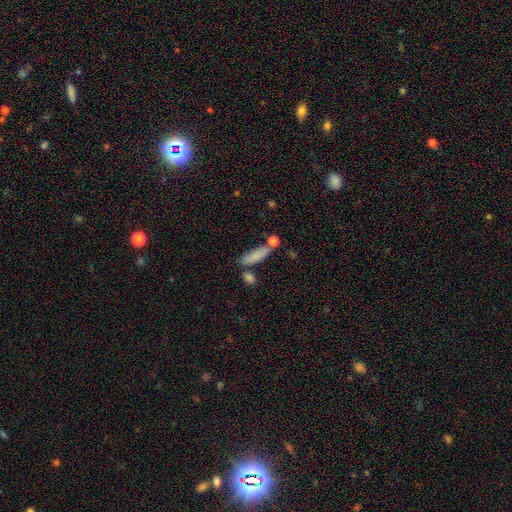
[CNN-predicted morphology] smooth-or-featured: smooth: 81% | featured or disk: 11% | star or artifact: 8%
  how-rounded: cigar-shaped: 52% | in between: 45% | round: 3%
  merging: none: 63% | minor disturbance: 17% | merger: 15% | major disturbance: 5%